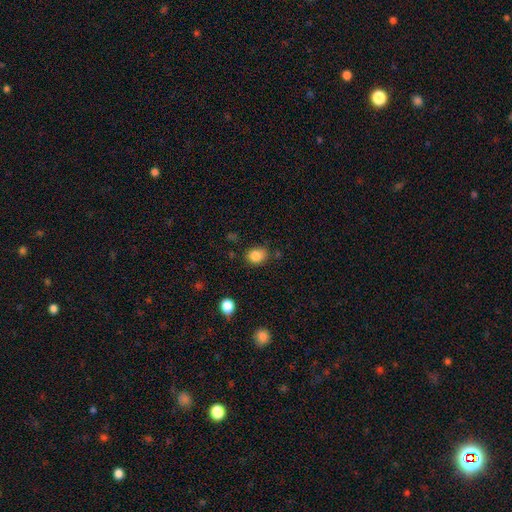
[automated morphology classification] Smooth or featured? Predicted: smooth (p=0.84). How rounded? Predicted: round (p=0.59). Merging? Predicted: none (p=0.75).